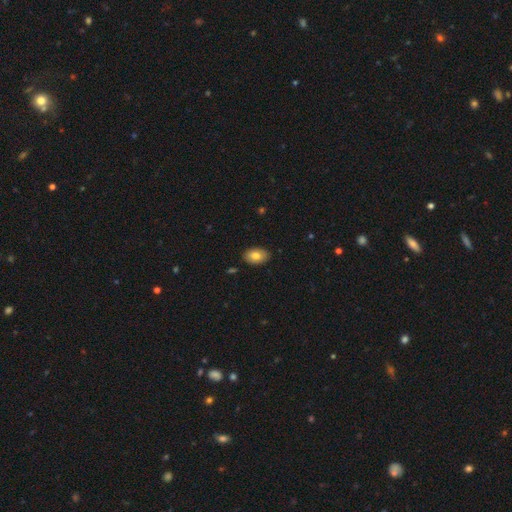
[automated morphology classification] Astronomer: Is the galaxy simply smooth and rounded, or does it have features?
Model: smooth — 80%.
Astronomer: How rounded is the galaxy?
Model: in between — 91%.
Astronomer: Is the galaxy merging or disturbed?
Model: none — 88%.